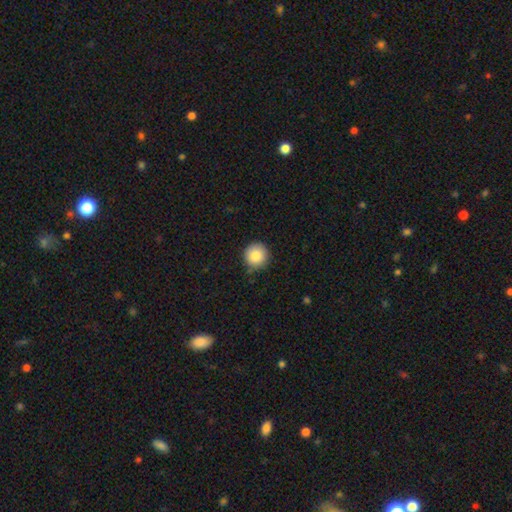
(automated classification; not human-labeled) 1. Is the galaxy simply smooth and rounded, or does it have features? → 86% smooth, 9% star or artifact, 5% featured or disk.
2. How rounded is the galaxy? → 95% round, 4% in between, 1% cigar-shaped.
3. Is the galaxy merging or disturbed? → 87% none, 9% minor disturbance, 2% major disturbance, 2% merger.